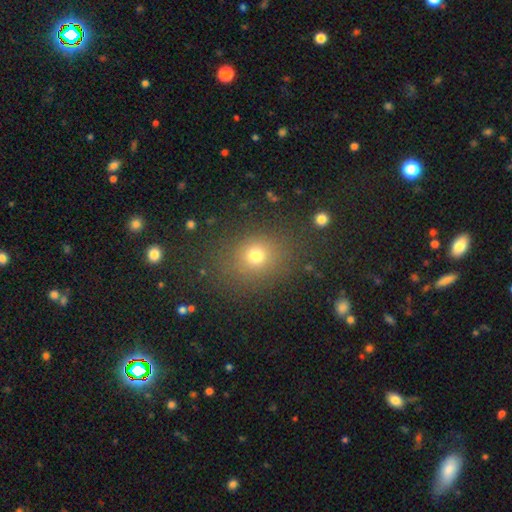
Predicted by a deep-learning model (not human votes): Smooth or featured? Predicted: smooth (p=0.73). How rounded? Predicted: round (p=0.67). Merging? Predicted: none (p=0.82).